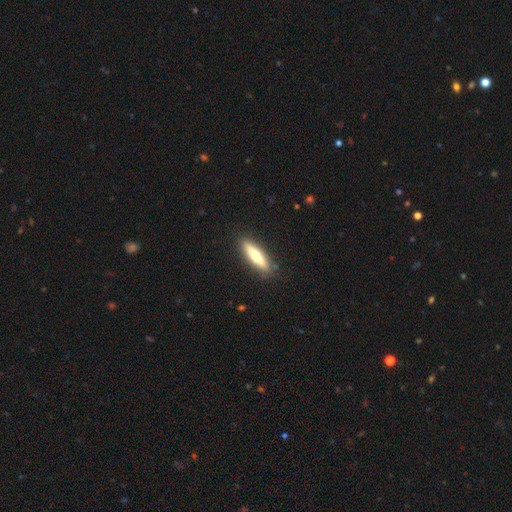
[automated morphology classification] smooth_or_featured: smooth (p=0.63) [alt: featured or disk p=0.32]
how_rounded: cigar-shaped (p=0.77) [alt: in between p=0.21]
merging: none (p=0.88) [alt: minor disturbance p=0.09]